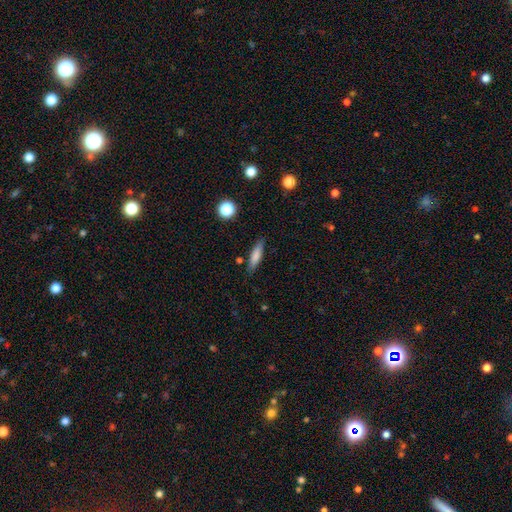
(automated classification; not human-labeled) This is likely a smooth galaxy (77%). How rounded: likely cigar-shaped (73%). Merging: clearly none (84%).